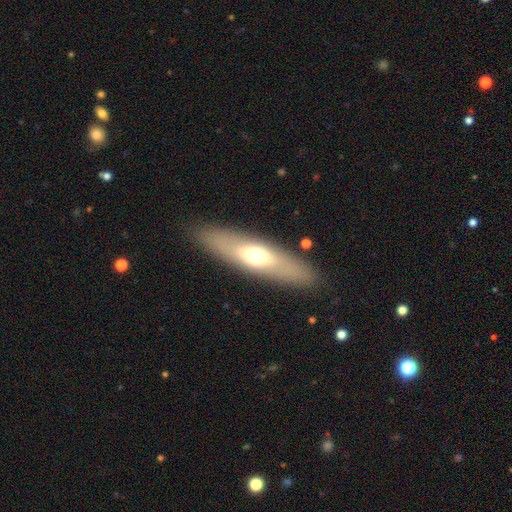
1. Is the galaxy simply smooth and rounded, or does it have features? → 49% featured or disk, 46% smooth, 5% star or artifact.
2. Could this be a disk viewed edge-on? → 53% yes, 47% no.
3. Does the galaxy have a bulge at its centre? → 80% rounded, 20% none, 0% boxy.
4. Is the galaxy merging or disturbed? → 89% none, 5% minor disturbance, 3% major disturbance, 3% merger.